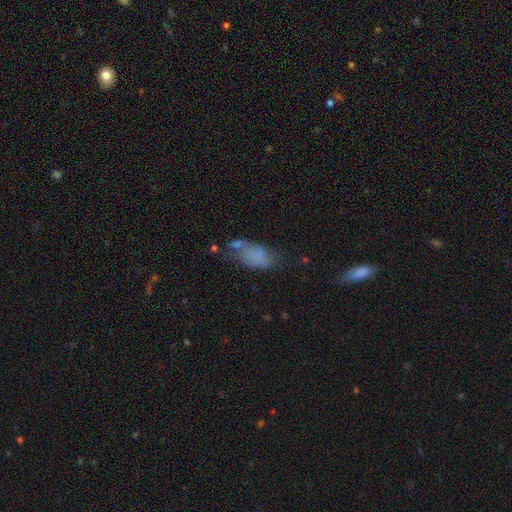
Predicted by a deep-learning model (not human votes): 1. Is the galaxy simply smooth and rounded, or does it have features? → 67% smooth, 21% featured or disk, 12% star or artifact.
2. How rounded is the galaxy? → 89% in between, 6% cigar-shaped, 5% round.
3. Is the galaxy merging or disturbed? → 34% none, 27% minor disturbance, 23% major disturbance, 16% merger.